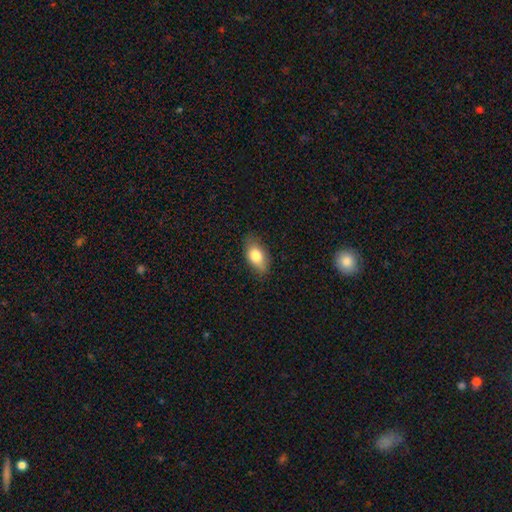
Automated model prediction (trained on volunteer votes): The model was most divided on "smooth or featured": smooth: 78%, featured or disk: 15%, star or artifact: 7%. More confident: how rounded — in between (89%); merging — none (80%).